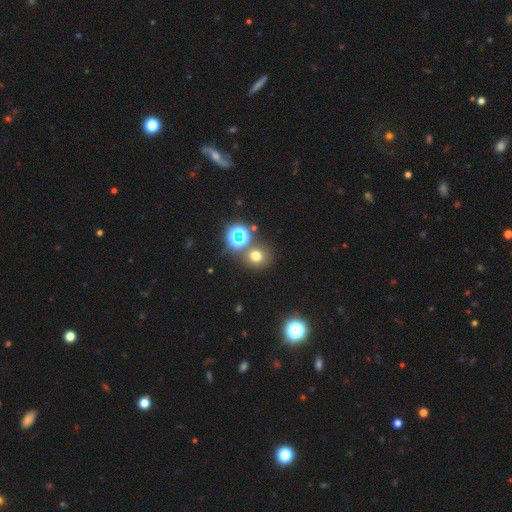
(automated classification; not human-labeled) Overall: smooth (63%; star or artifact 29%). How rounded: round (83%). Merging: none (73%).